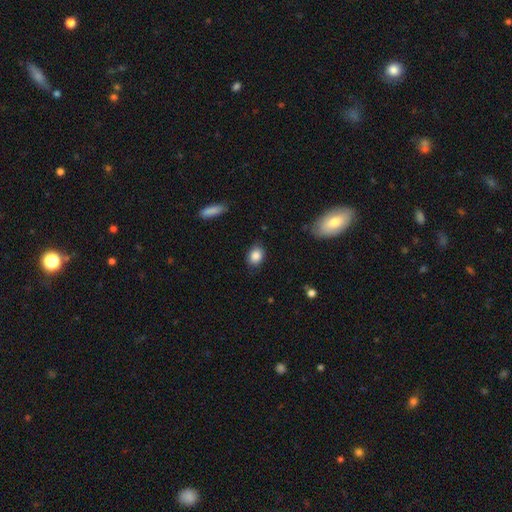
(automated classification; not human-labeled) A smooth galaxy with no disk features (86%) that is in between round and cigar-shaped (62%). Merging: none (83%).